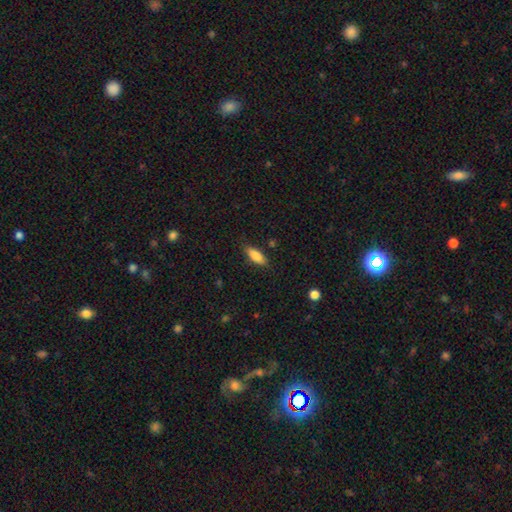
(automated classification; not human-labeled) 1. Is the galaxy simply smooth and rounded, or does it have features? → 83% smooth, 11% featured or disk, 7% star or artifact.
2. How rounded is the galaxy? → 71% in between, 27% cigar-shaped, 2% round.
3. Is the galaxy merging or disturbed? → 82% none, 13% minor disturbance, 3% major disturbance, 1% merger.